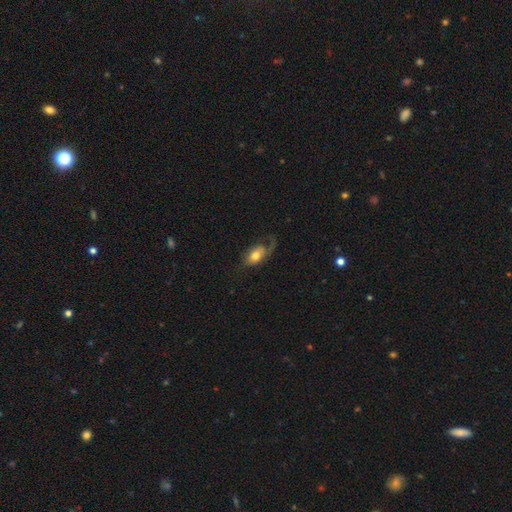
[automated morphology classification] This appears to be a smooth galaxy with no disk features (55%) that is in between round and cigar-shaped (84%). Merging: major disturbance (39%).